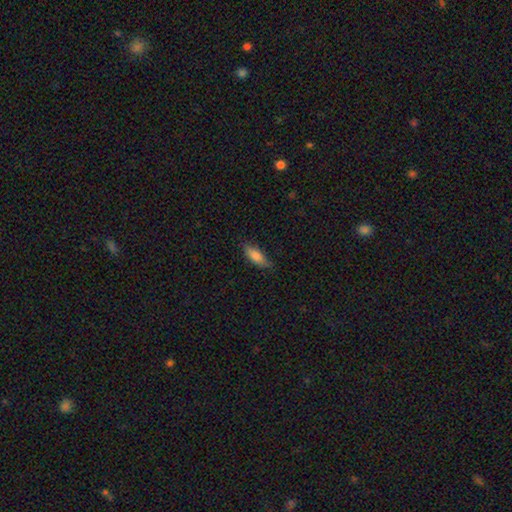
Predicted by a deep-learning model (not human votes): smooth 82%, featured or disk 12%, star or artifact 7%. Down the decision tree: how rounded — in between (68%); merging — none (77%).